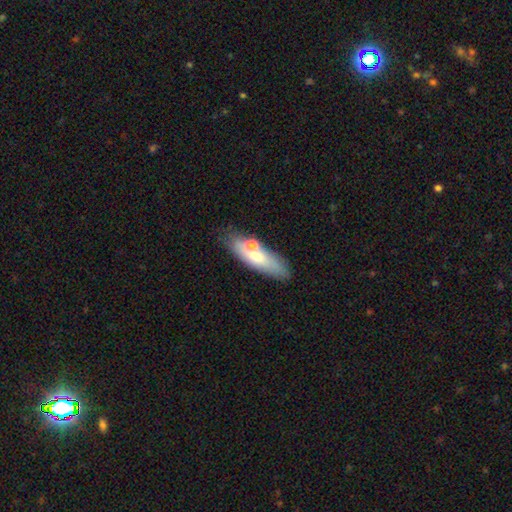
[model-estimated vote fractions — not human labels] A smooth galaxy with no disk features (57%) that is in between round and cigar-shaped (49%).

Vote fractions:
- Smooth or featured? smooth: 57% / featured or disk: 34% / star or artifact: 8%
- How rounded? in between: 49% / cigar-shaped: 47% / round: 4%
- Merging? none: 69% / minor disturbance: 14% / merger: 13% / major disturbance: 4%